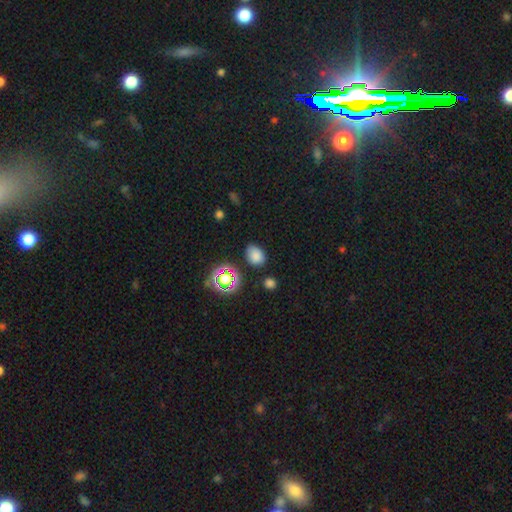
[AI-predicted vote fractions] Overall: smooth (76%). How rounded: in between (70%). Merging: none (77%).